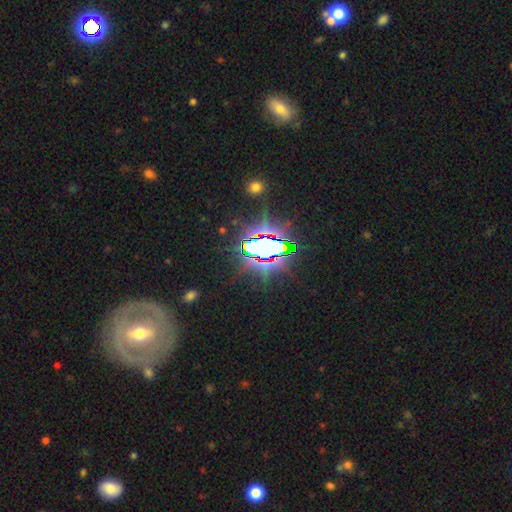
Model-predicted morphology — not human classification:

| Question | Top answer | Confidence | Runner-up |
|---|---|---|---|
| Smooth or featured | star or artifact | 77% | smooth (12%) |